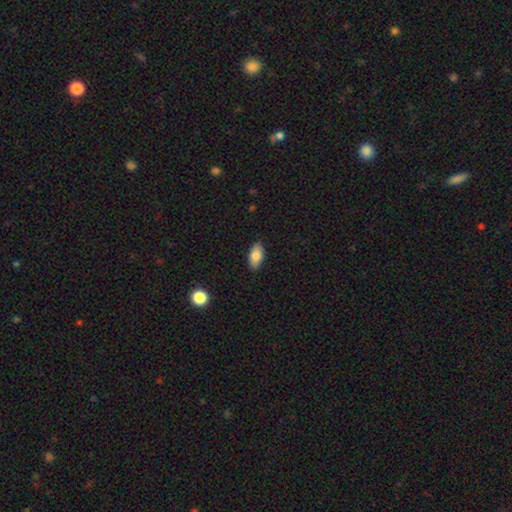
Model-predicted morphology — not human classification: This appears to be a smooth galaxy with no disk features (82%) that is in between round and cigar-shaped (91%). Merging: none (88%).